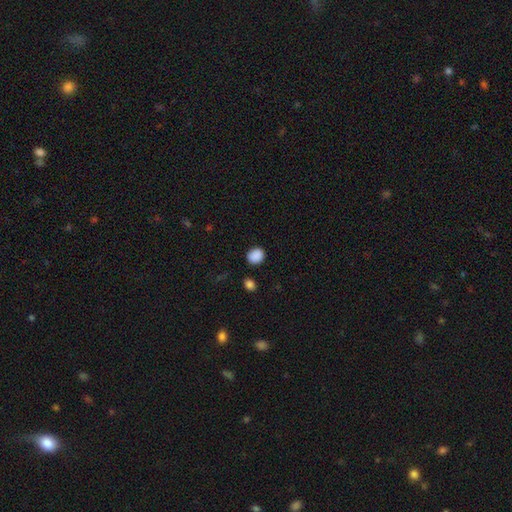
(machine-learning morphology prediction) Q: Smooth or featured?
A: smooth (88%); runner-up: star or artifact (9%)
Q: How rounded?
A: round (66%); runner-up: in between (33%)
Q: Merging?
A: none (84%); runner-up: minor disturbance (10%)